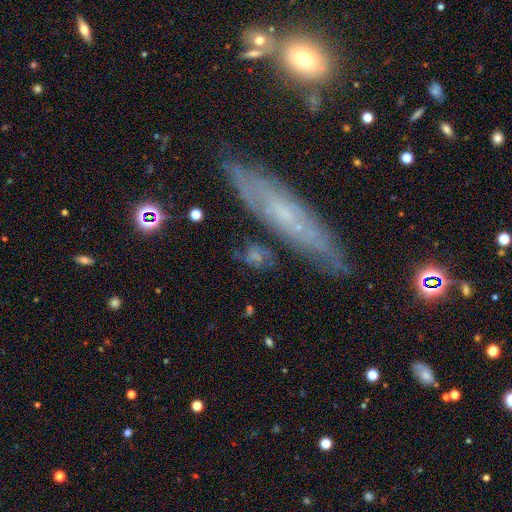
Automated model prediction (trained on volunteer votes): Smooth or featured? smooth (48%)
Merging? none (66%)